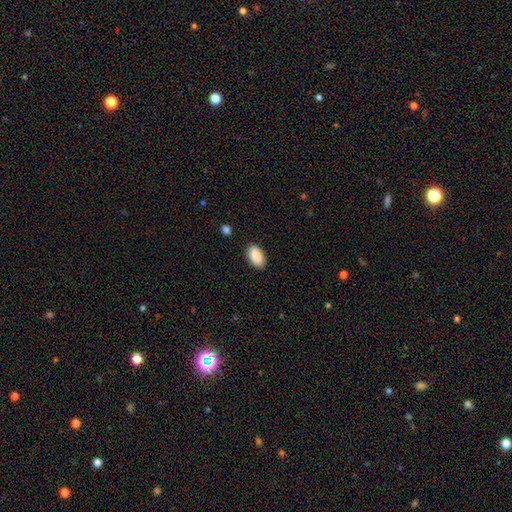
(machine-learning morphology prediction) Smooth or featured? smooth (90%)
How rounded? in between (94%)
Merging? none (88%)